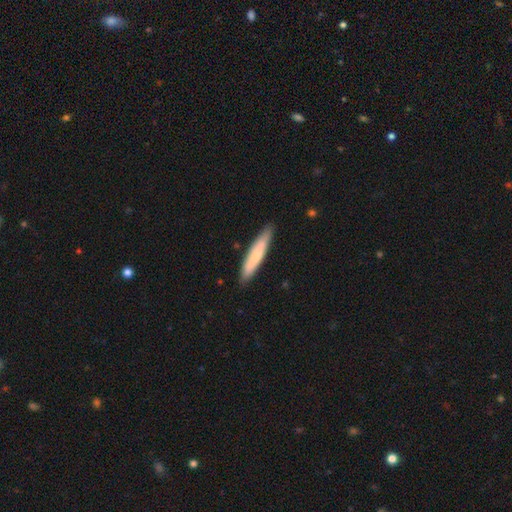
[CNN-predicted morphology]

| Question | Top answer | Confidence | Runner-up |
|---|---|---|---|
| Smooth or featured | smooth | 73% | featured or disk (22%) |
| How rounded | cigar-shaped | 91% | in between (8%) |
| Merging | none | 87% | minor disturbance (11%) |